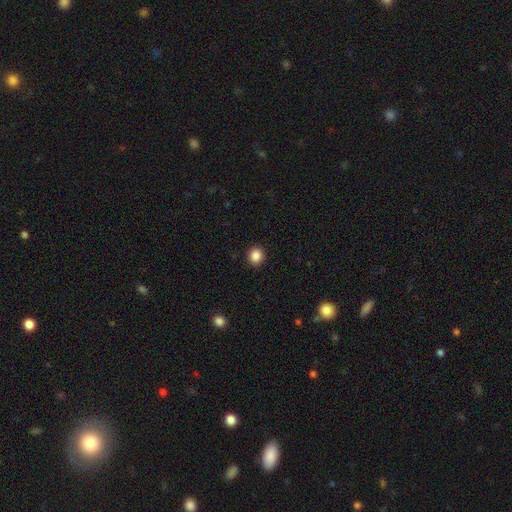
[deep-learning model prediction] This appears to be a smooth galaxy with no disk features (87%) that is round (89%). Merging: none (93%).